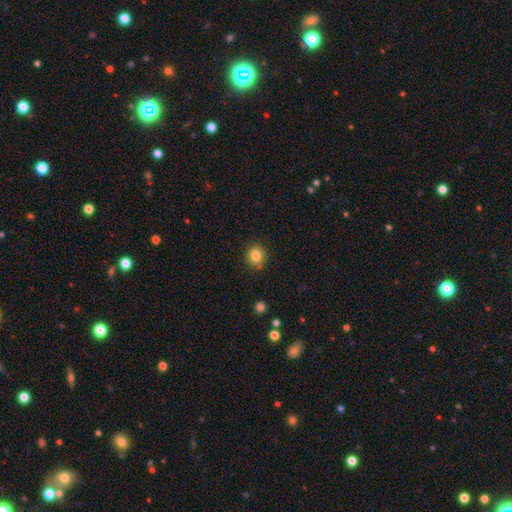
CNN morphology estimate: Smooth or featured?
  - smooth: 83% *
  - star or artifact: 11%
  - featured or disk: 6%
How rounded?
  - round: 88% *
  - in between: 11%
  - cigar-shaped: 1%
Merging?
  - none: 88% *
  - minor disturbance: 8%
  - merger: 2%
  - major disturbance: 2%